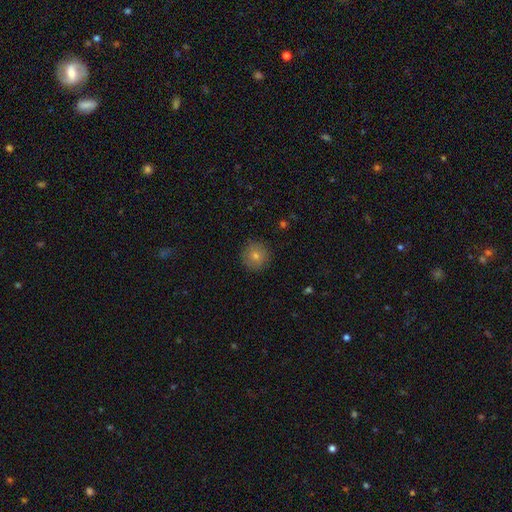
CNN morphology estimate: Smooth or featured: smooth — 74% (star or artifact — 13%)
How rounded: round — 96% (in between — 3%)
Merging: none — 90% (minor disturbance — 7%)